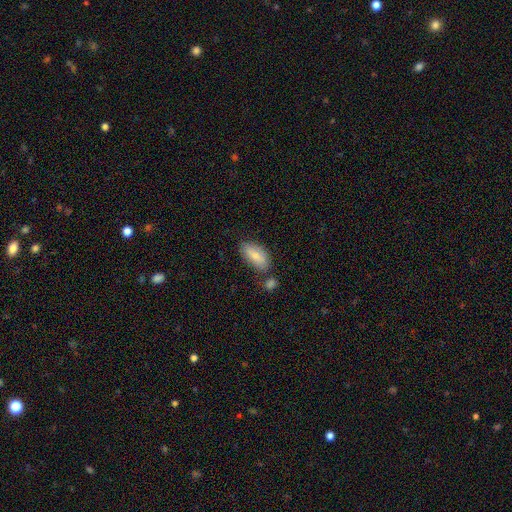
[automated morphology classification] This is likely a smooth galaxy (77%). How rounded: clearly in between (90%). Merging: likely none (65%).